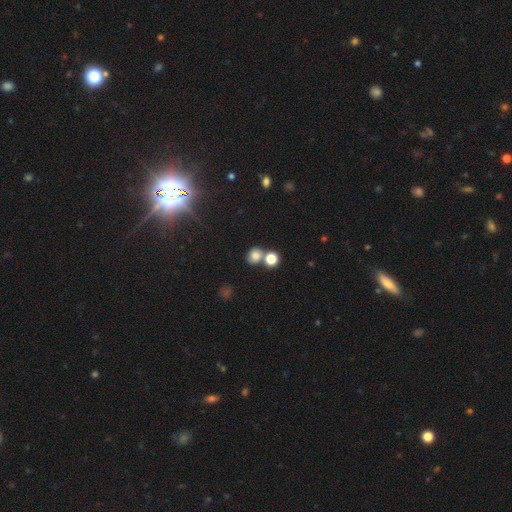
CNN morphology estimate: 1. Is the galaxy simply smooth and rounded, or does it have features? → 76% smooth, 15% star or artifact, 9% featured or disk.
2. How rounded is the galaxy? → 73% round, 26% in between, 1% cigar-shaped.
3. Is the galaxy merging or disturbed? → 53% none, 34% merger, 10% minor disturbance, 4% major disturbance.